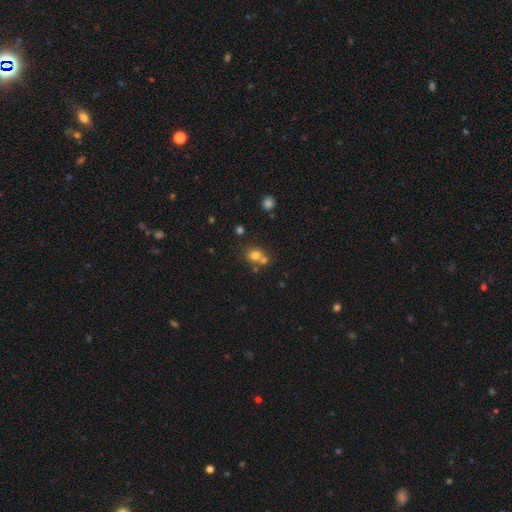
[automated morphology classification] type=smooth (74%); roundness=round (79%); merging=none (52%).